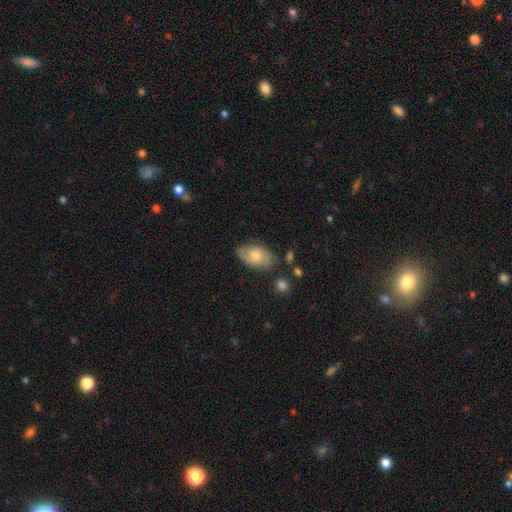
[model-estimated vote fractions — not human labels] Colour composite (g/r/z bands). It shows a smooth galaxy with no disk features (50%) that is in between round and cigar-shaped (90%). Merging: none (70%).